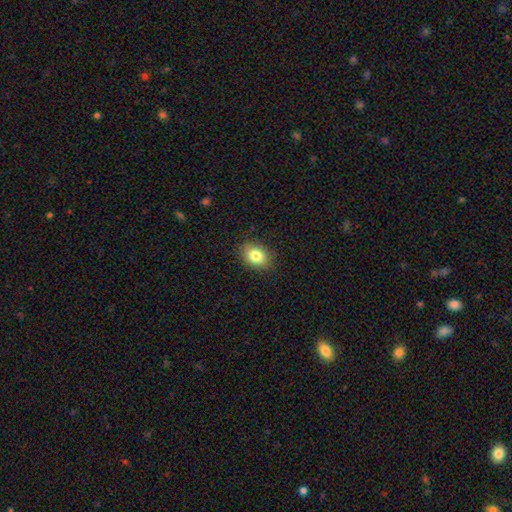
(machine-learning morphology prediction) The model was most divided on "how rounded": in between: 71%, round: 28%, cigar-shaped: 1%. More confident: merging — none (87%); smooth or featured — smooth (82%).